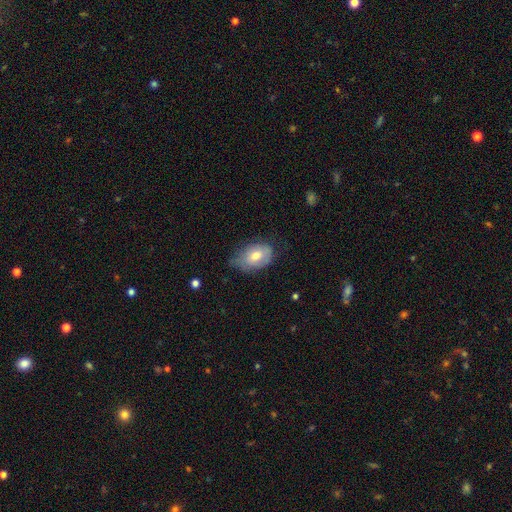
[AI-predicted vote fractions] Q: Smooth or featured?
A: smooth (65%); runner-up: featured or disk (28%)
Q: How rounded?
A: in between (86%); runner-up: round (13%)
Q: Merging?
A: none (52%); runner-up: minor disturbance (36%)